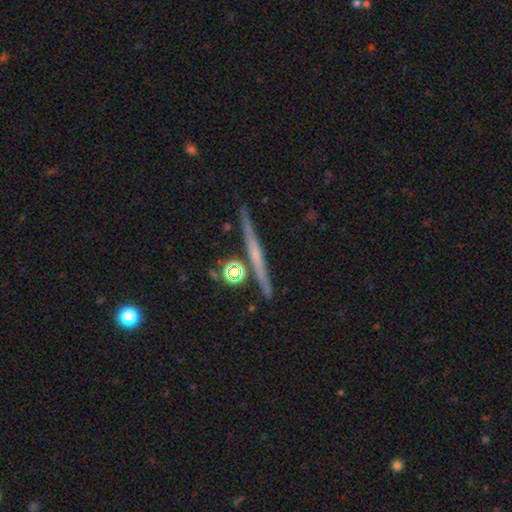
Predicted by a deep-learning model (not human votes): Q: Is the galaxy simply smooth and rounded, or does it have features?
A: featured or disk — 61%.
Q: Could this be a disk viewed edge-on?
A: yes — 96%.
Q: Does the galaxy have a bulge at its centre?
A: none — 74%.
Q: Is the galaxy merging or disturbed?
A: none — 87%.